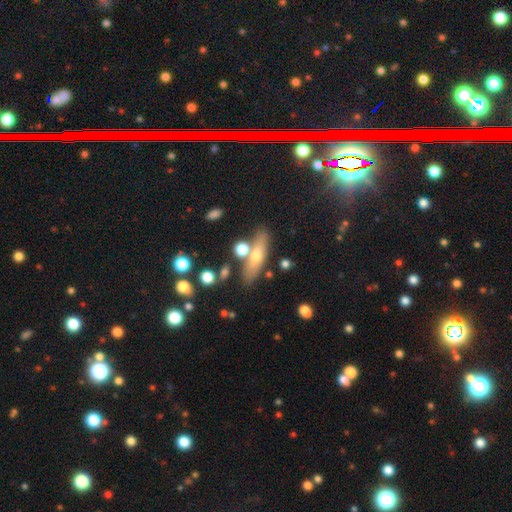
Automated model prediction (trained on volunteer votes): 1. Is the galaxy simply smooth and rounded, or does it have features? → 53% smooth, 38% featured or disk, 9% star or artifact.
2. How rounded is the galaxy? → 67% cigar-shaped, 29% in between, 4% round.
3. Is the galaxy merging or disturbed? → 72% none, 13% merger, 12% minor disturbance, 4% major disturbance.